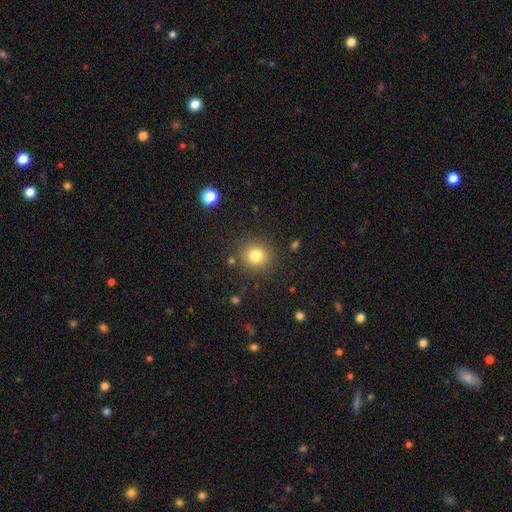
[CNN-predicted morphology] Smooth or featured?
  - smooth: 80% *
  - star or artifact: 12%
  - featured or disk: 7%
How rounded?
  - round: 89% *
  - in between: 10%
  - cigar-shaped: 1%
Merging?
  - none: 87% *
  - minor disturbance: 7%
  - major disturbance: 3%
  - merger: 2%